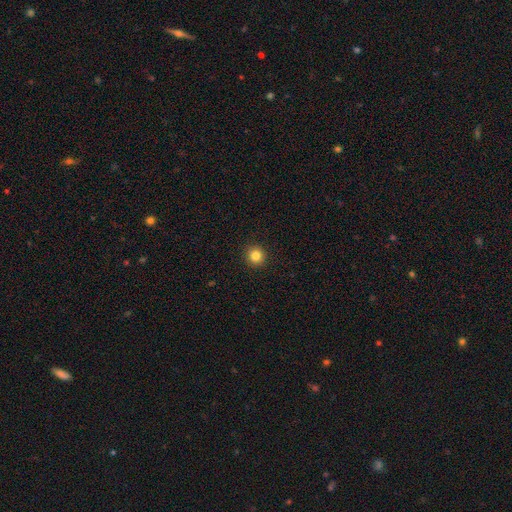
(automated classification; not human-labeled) Smooth or featured?
  - smooth: 83% *
  - star or artifact: 12%
  - featured or disk: 5%
How rounded?
  - round: 95% *
  - in between: 4%
  - cigar-shaped: 1%
Merging?
  - none: 93% *
  - minor disturbance: 4%
  - major disturbance: 2%
  - merger: 1%